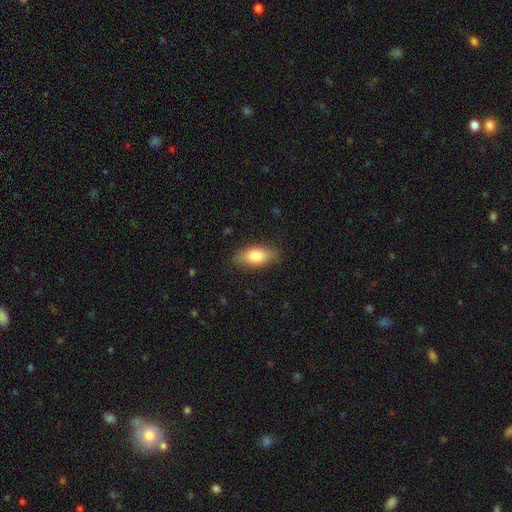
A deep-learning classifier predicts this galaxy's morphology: This appears to be a smooth galaxy with no disk features (79%) that is in between round and cigar-shaped (86%). Merging: none (84%).